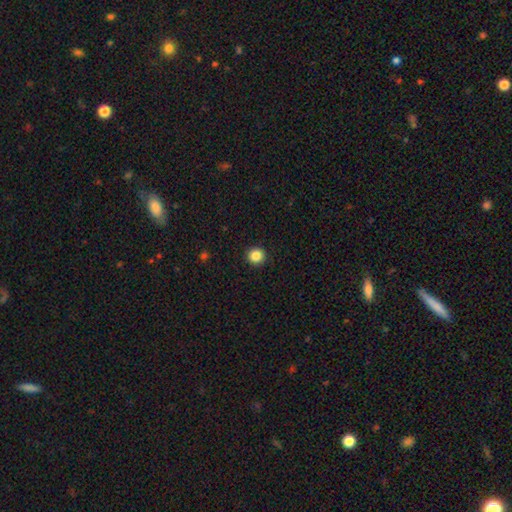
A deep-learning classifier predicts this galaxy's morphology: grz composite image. It shows a smooth galaxy with no disk features (86%) that is round (95%). Merging: none (93%).